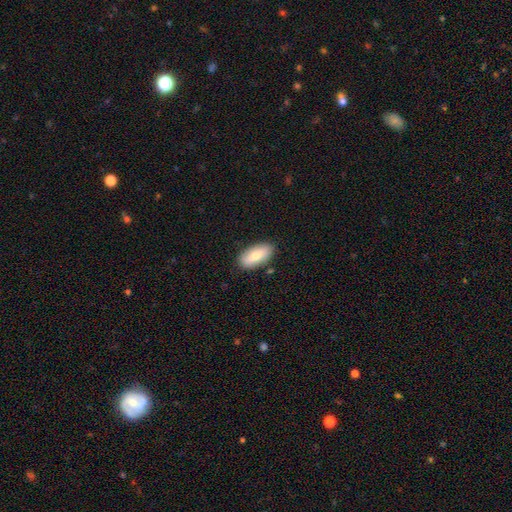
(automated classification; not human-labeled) Smooth or featured? smooth (73%)
How rounded? in between (89%)
Merging? none (85%)